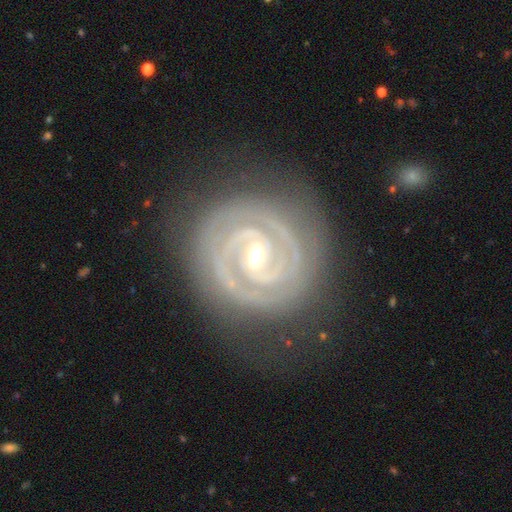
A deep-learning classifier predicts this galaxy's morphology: The model was most divided on "bar": weak: 39%, strong: 31%, no: 30%. More confident: spiral arms — yes (98%); edge-on disk — no (98%); smooth or featured — featured or disk (92%); spiral winding — tight (84%); spiral arm count — 2 (84%); merging — none (82%); bulge size — small (67%).